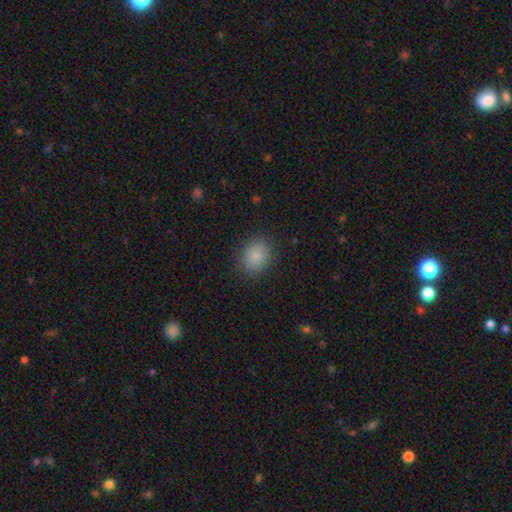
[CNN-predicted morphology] Overall: smooth (83%). How rounded: round (63%; in between 36%). Merging: none (87%).